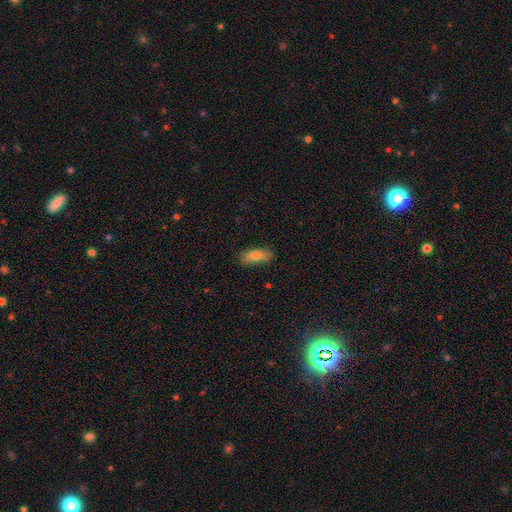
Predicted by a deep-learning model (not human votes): smooth-or-featured: smooth: 80% | featured or disk: 13% | star or artifact: 7%
  how-rounded: in between: 73% | cigar-shaped: 25% | round: 3%
  merging: none: 79% | minor disturbance: 16% | major disturbance: 3% | merger: 1%